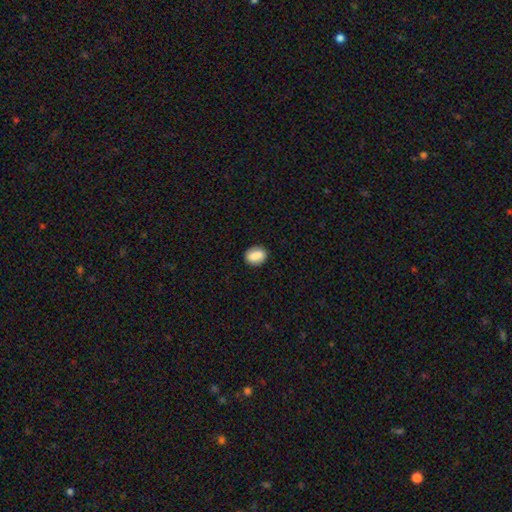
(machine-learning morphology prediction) The model was most divided on "how rounded": in between: 59%, round: 39%, cigar-shaped: 2%. More confident: merging — none (87%); smooth or featured — smooth (83%).